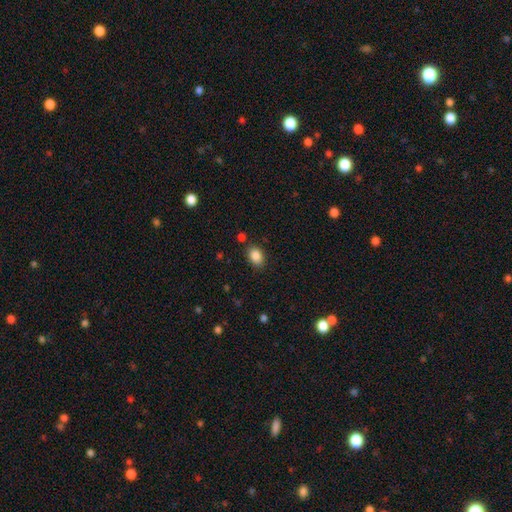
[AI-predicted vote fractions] smooth-or-featured: smooth: 87% | star or artifact: 9% | featured or disk: 4%
  how-rounded: in between: 76% | round: 23% | cigar-shaped: 1%
  merging: none: 83% | minor disturbance: 11% | merger: 4% | major disturbance: 3%